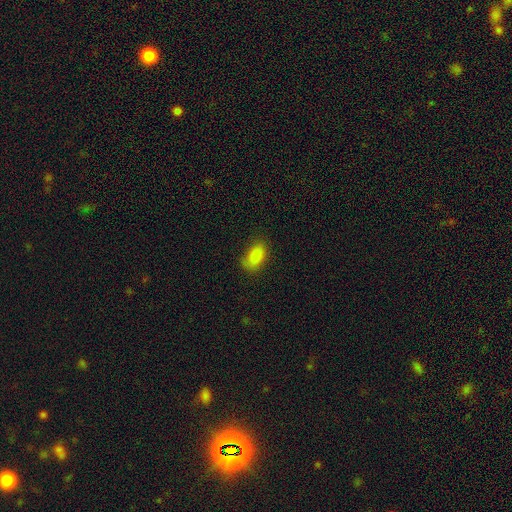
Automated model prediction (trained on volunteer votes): Morphology: type=smooth (85%); roundness=in between (90%); merging=none (74%).